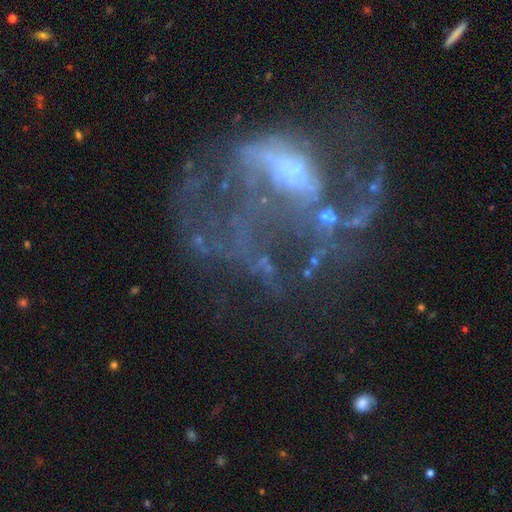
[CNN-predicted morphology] smooth-or-featured: featured or disk: 72% | star or artifact: 17% | smooth: 11%
  disk-edge-on: no: 97% | yes: 3%
    bar: no: 61% | weak: 28% | strong: 10%
    has-spiral-arms: no: 51% | yes: 49%
    bulge-size: small: 38% | moderate: 29% | none: 27% | large: 4% | dominant: 2%
  merging: major disturbance: 50% | none: 29% | minor disturbance: 12% | merger: 9%